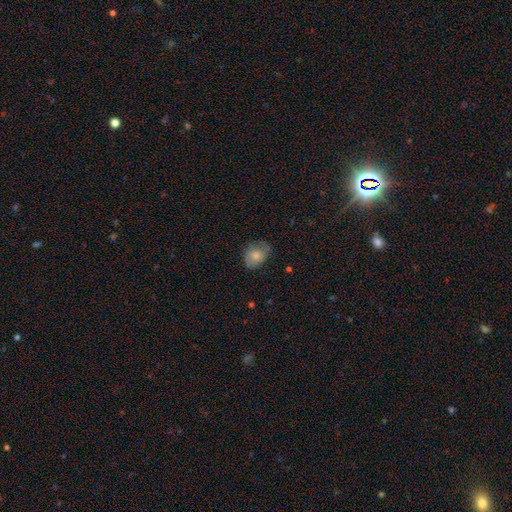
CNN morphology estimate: Smooth or featured: smooth — 70% (featured or disk — 22%)
How rounded: in between — 59% (round — 40%)
Merging: none — 57% (minor disturbance — 30%)